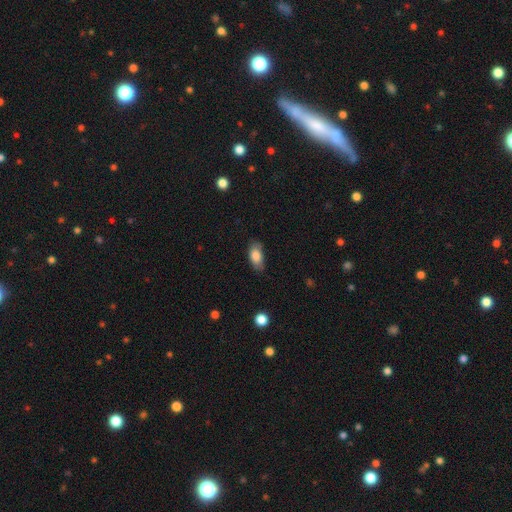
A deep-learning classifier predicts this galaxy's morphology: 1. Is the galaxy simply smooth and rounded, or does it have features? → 84% smooth, 9% featured or disk, 7% star or artifact.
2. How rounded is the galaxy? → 89% in between, 7% cigar-shaped, 4% round.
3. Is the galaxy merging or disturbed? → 76% none, 19% minor disturbance, 4% major disturbance, 1% merger.